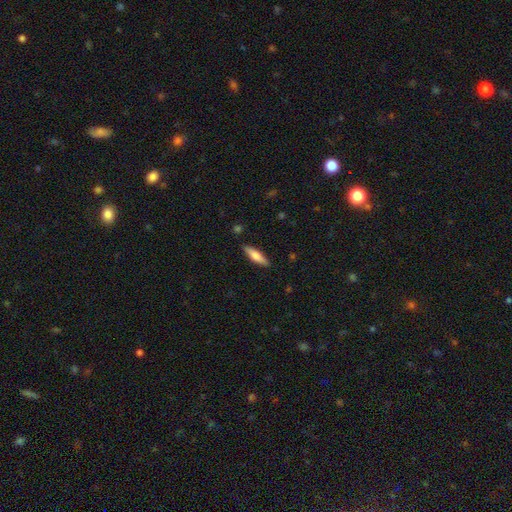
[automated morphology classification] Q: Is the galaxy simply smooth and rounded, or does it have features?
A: smooth — 68%.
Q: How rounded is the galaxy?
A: cigar-shaped — 66%.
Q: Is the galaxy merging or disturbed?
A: none — 87%.